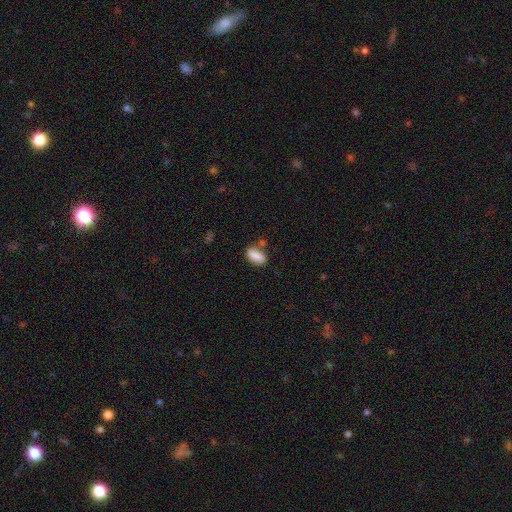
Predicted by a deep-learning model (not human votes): The model was most divided on "merging": none: 64%, minor disturbance: 18%, merger: 12%, major disturbance: 5%. More confident: smooth or featured — smooth (85%); how rounded — in between (82%).